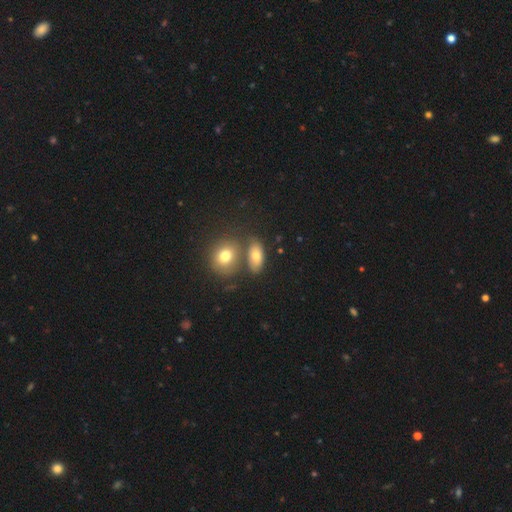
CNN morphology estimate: The model was most divided on "merging": none: 58%, merger: 26%, minor disturbance: 12%, major disturbance: 4%. More confident: how rounded — in between (80%); smooth or featured — smooth (73%).